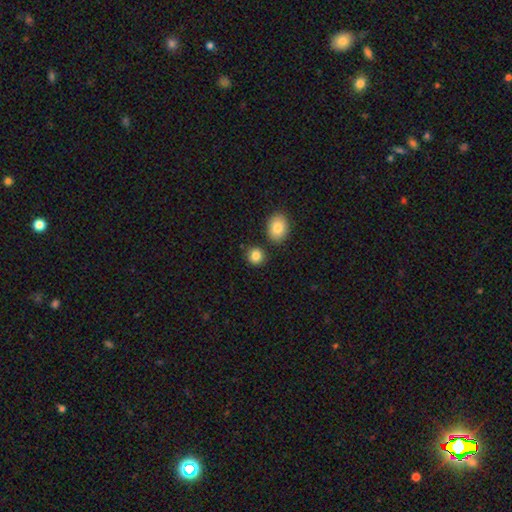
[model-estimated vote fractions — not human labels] Q: Smooth or featured?
A: smooth (85%); runner-up: star or artifact (10%)
Q: How rounded?
A: round (83%); runner-up: in between (16%)
Q: Merging?
A: none (82%); runner-up: minor disturbance (8%)